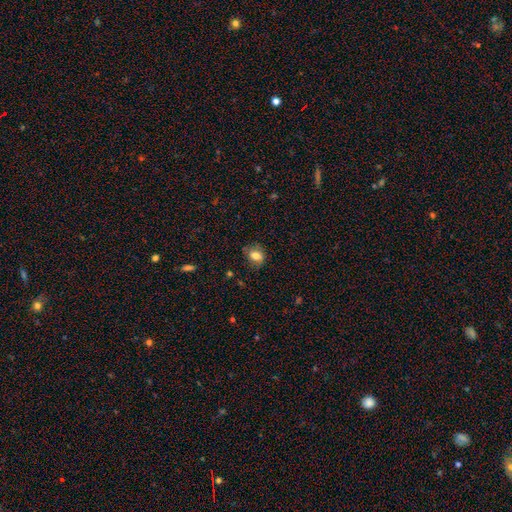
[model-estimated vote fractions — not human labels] A smooth galaxy with no disk features (77%) that is in between round and cigar-shaped (59%). Merging: none (70%).